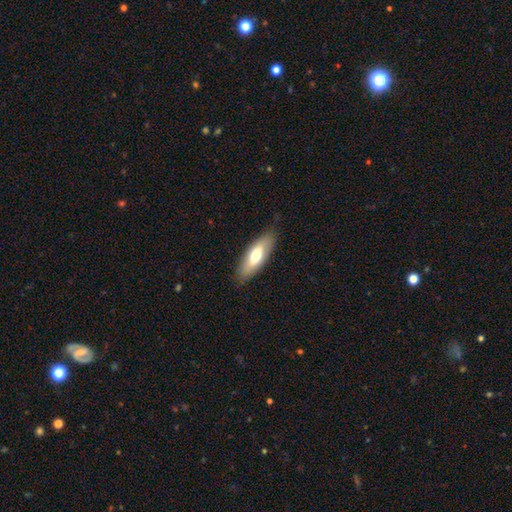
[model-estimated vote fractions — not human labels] A smooth galaxy with no disk features (66%) that is in between round and cigar-shaped (65%). Merging: none (85%).